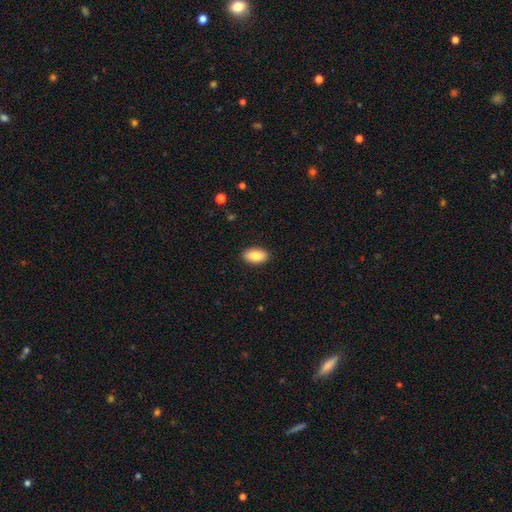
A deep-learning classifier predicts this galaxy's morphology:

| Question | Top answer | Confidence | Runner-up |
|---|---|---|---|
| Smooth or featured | smooth | 88% | star or artifact (7%) |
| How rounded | in between | 94% | round (4%) |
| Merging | none | 90% | minor disturbance (8%) |